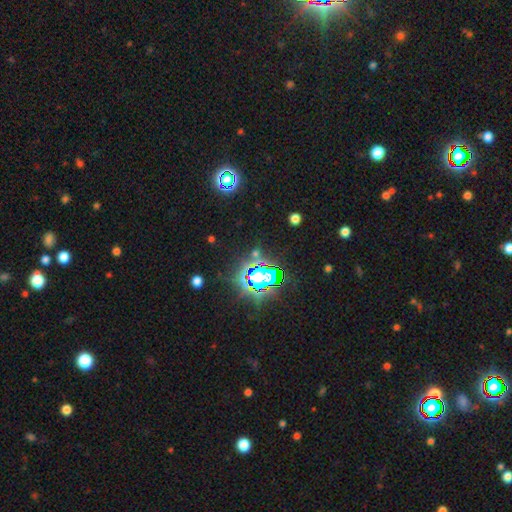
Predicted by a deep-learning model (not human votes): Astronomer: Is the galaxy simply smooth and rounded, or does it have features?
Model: star or artifact — 73%.